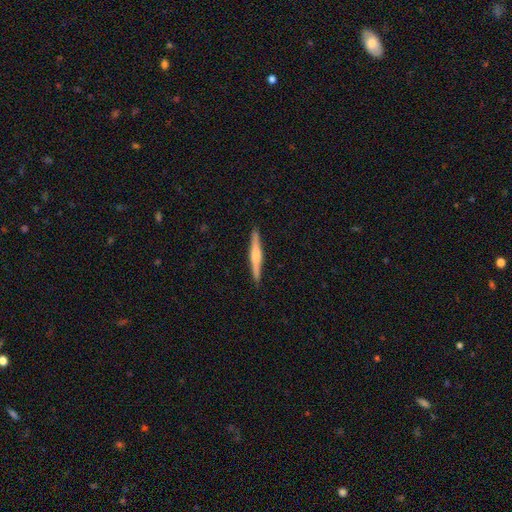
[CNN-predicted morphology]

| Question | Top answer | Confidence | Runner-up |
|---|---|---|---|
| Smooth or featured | featured or disk | 59% | smooth (36%) |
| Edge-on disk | yes | 98% | no (2%) |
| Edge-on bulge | rounded | 58% | boxy (27%) |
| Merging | none | 91% | minor disturbance (7%) |